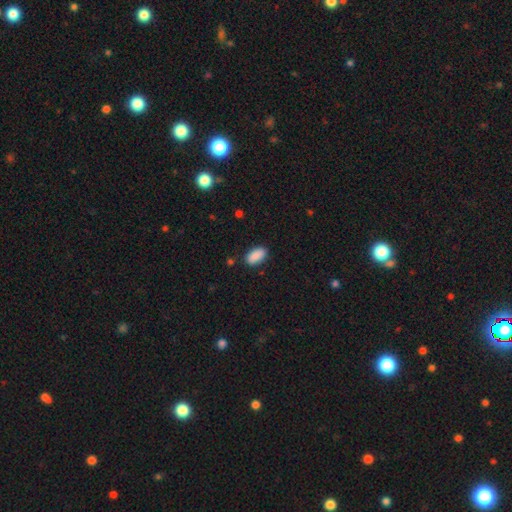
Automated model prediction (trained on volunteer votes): The model was most divided on "merging": none: 86%, minor disturbance: 10%, major disturbance: 2%, merger: 1%. More confident: how rounded — in between (94%); smooth or featured — smooth (90%).